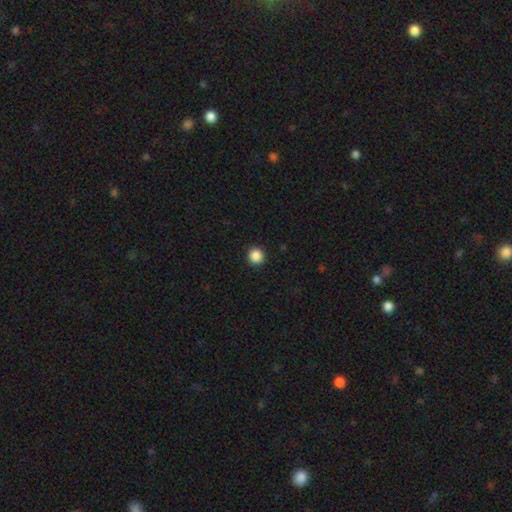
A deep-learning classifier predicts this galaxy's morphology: Smooth or featured? smooth (87%)
How rounded? round (95%)
Merging? none (93%)